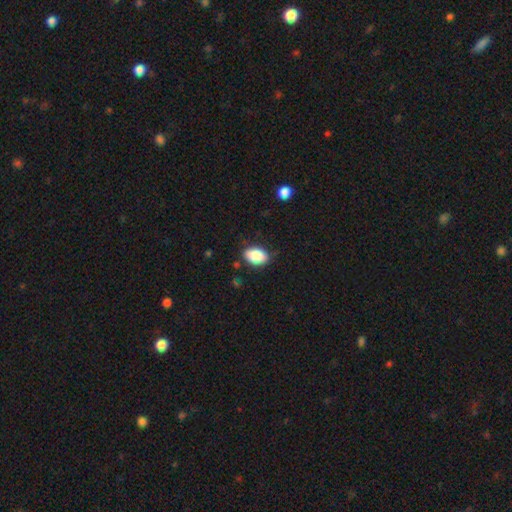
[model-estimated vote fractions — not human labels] Smooth or featured? smooth (85%)
How rounded? in between (85%)
Merging? none (79%)